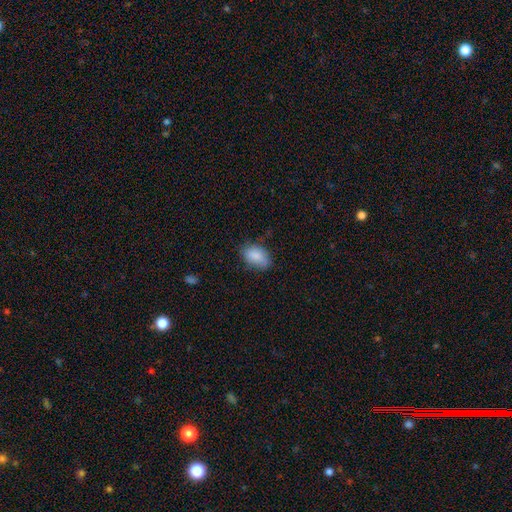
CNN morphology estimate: Smooth or featured? smooth (86%)
How rounded? in between (89%)
Merging? none (71%)